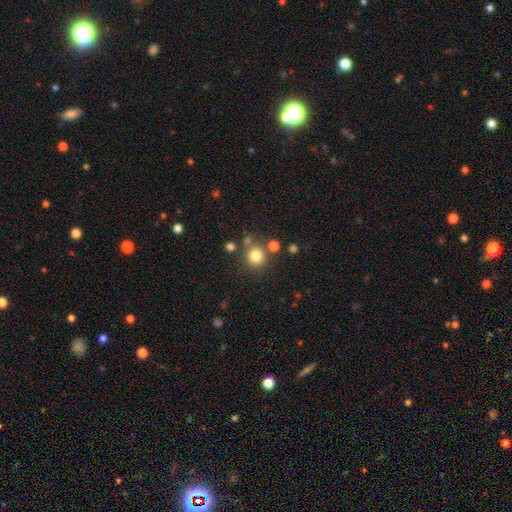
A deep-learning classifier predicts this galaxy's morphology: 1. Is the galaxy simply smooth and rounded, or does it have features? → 80% smooth, 13% star or artifact, 7% featured or disk.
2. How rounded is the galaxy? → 91% round, 8% in between, 1% cigar-shaped.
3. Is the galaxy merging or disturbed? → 76% none, 11% merger, 9% minor disturbance, 4% major disturbance.